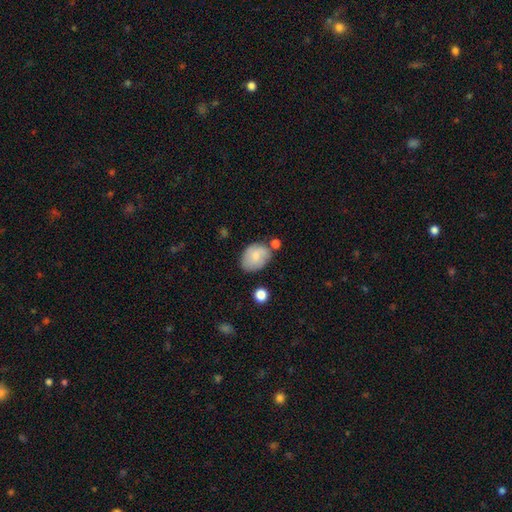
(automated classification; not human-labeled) The model was most divided on "merging": none: 62%, minor disturbance: 24%, merger: 9%, major disturbance: 5%. More confident: smooth or featured — smooth (74%); how rounded — in between (73%).